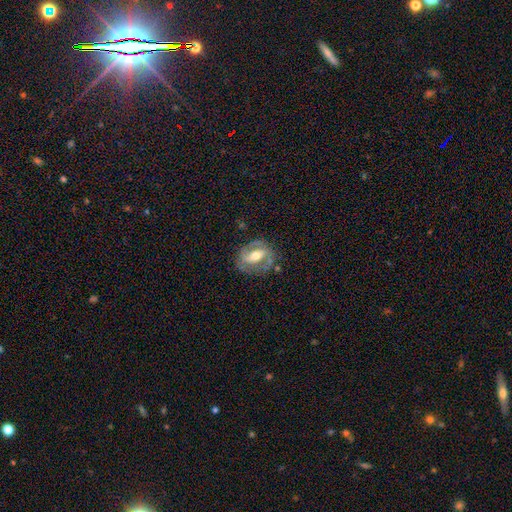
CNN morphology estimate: This is likely a featured or disk galaxy (70%). It is clearly not viewed edge-on (92%). Bar: possibly strong (48%). Spiral arm pattern: likely yes (62%). Central bulge: likely moderate (68%). Merging: likely none (68%).